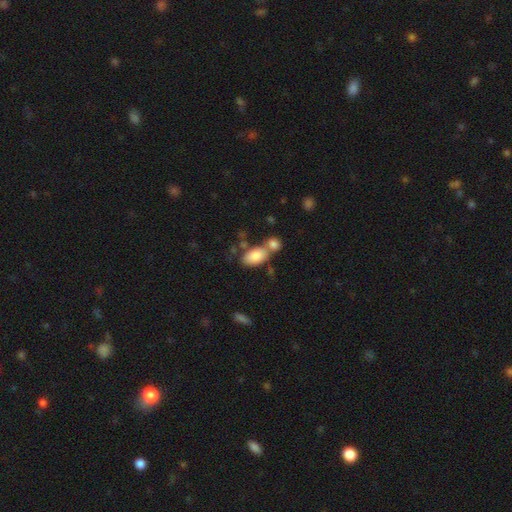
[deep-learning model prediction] A smooth galaxy with no disk features (83%) that is in between round and cigar-shaped (92%). Merging: none (45%).